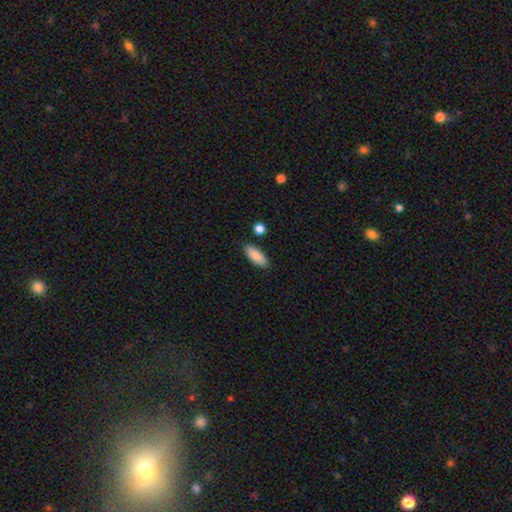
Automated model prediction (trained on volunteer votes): Smooth or featured: smooth — 88% (star or artifact — 6%)
How rounded: in between — 78% (cigar-shaped — 20%)
Merging: none — 85% (minor disturbance — 10%)